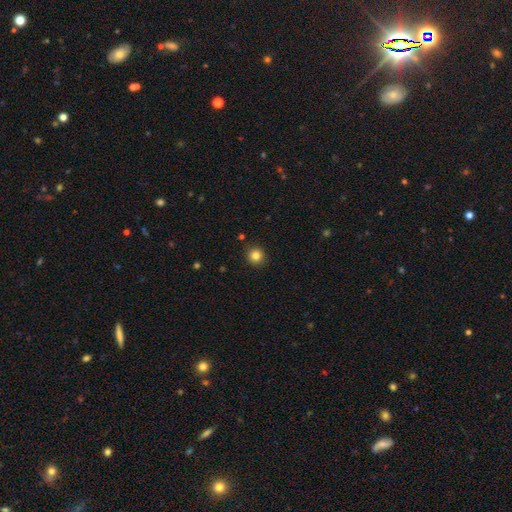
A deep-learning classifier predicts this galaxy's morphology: A smooth galaxy with no disk features (83%) that is round (94%).

Vote fractions:
- Smooth or featured? smooth: 83% / star or artifact: 12% / featured or disk: 5%
- How rounded? round: 94% / in between: 5% / cigar-shaped: 1%
- Merging? none: 91% / minor disturbance: 6% / major disturbance: 2% / merger: 1%